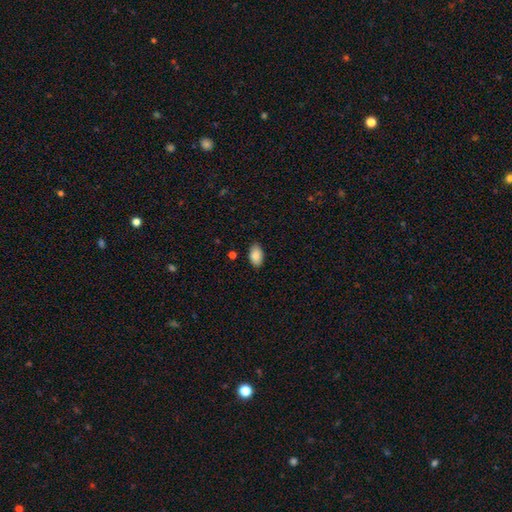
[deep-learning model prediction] Q: Smooth or featured?
A: smooth (89%); runner-up: star or artifact (7%)
Q: How rounded?
A: in between (94%); runner-up: round (4%)
Q: Merging?
A: none (85%); runner-up: minor disturbance (11%)